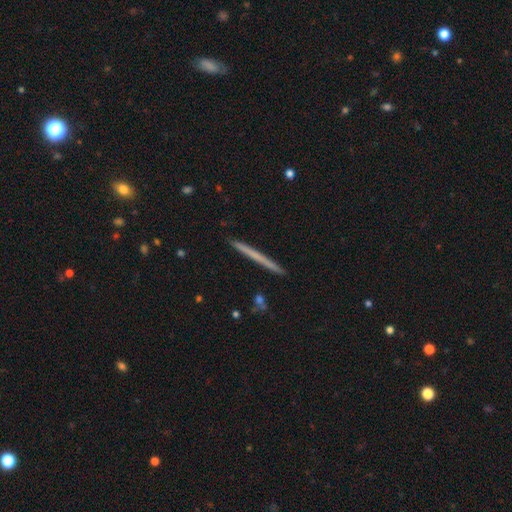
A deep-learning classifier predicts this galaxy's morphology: smooth 49%, featured or disk 45%, star or artifact 6%. Down the decision tree: merging — none (92%).